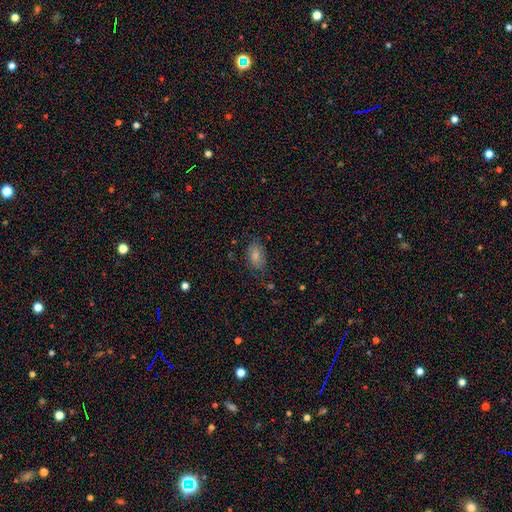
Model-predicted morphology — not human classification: Overall: smooth (81%). How rounded: in between (91%). Merging: none (73%).